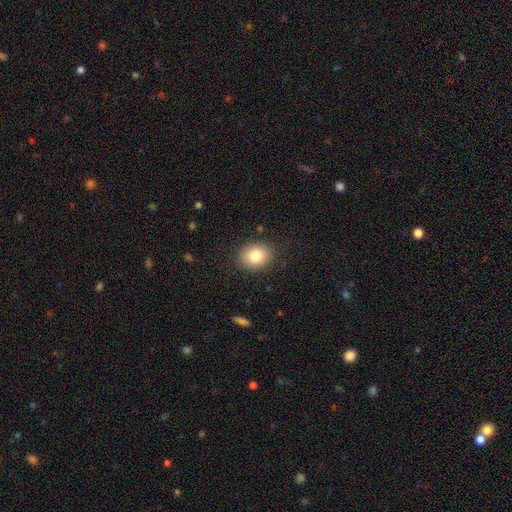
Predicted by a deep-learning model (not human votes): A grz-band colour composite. It shows a smooth galaxy with no disk features (82%) that is round (55%). Merging: none (86%).